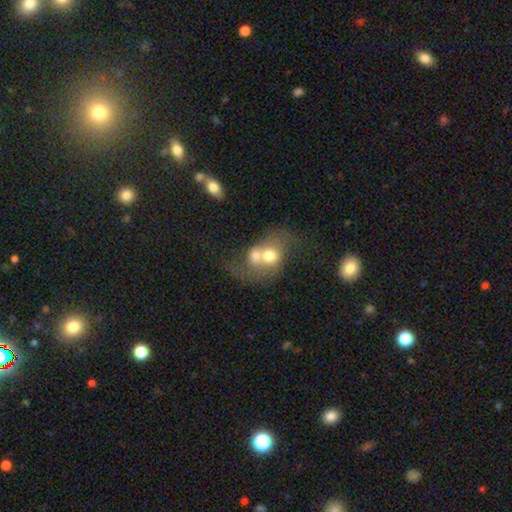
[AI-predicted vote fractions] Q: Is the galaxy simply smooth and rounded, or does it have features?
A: smooth — 57%.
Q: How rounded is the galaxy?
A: round — 52%.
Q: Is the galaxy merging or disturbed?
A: merger — 72%.